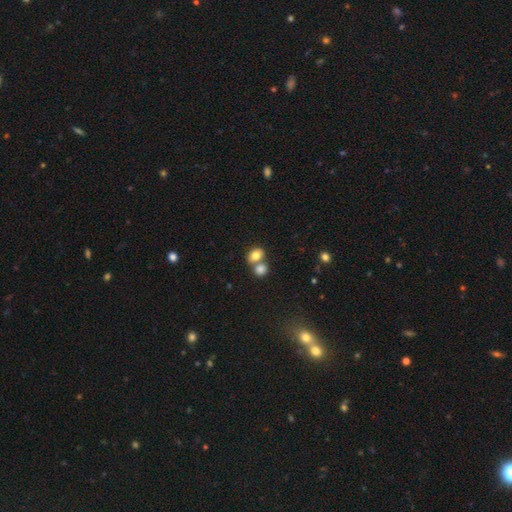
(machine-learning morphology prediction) smooth 80%, featured or disk 10%, star or artifact 10%. Down the decision tree: how rounded — in between (58%); merging — merger (49%).